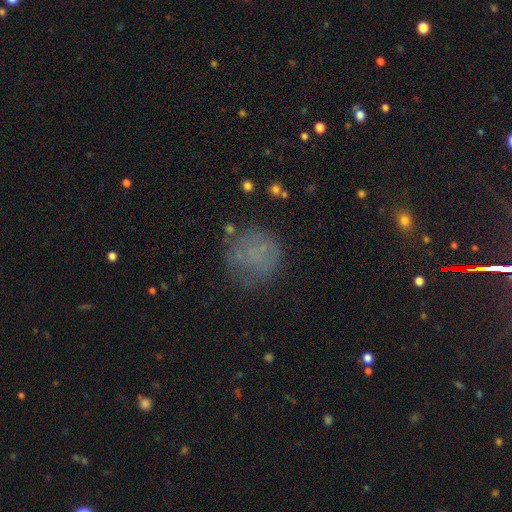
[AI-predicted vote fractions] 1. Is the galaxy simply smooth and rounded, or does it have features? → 59% smooth, 22% star or artifact, 19% featured or disk.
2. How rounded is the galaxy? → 88% round, 10% in between, 1% cigar-shaped.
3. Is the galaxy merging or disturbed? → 71% none, 17% minor disturbance, 10% major disturbance, 2% merger.